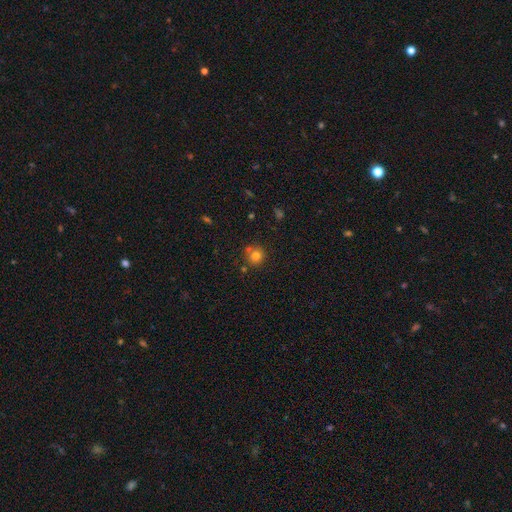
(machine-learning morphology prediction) This is likely a smooth galaxy (78%). How rounded: clearly round (91%). Merging: likely none (72%).